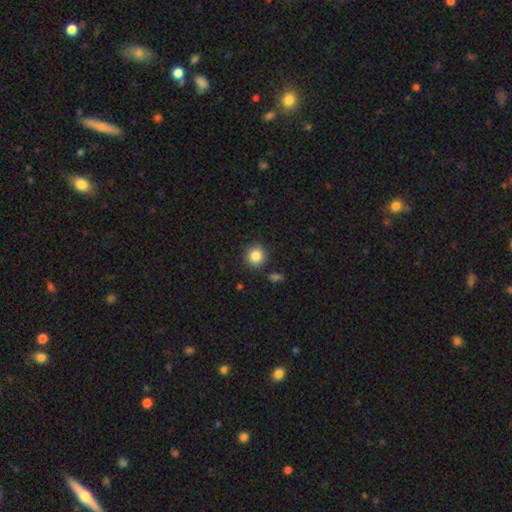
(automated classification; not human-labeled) Smooth or featured? smooth (85%)
How rounded? round (92%)
Merging? none (88%)